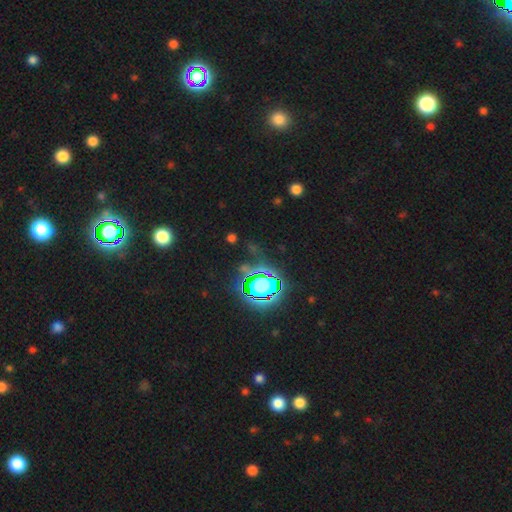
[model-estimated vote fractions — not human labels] Smooth or featured? star or artifact (78%)